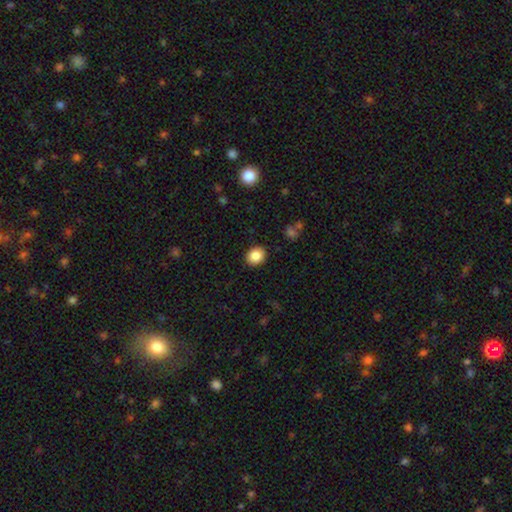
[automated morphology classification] Smooth or featured?
  - smooth: 86% *
  - star or artifact: 9%
  - featured or disk: 6%
How rounded?
  - round: 59% *
  - in between: 40%
  - cigar-shaped: 1%
Merging?
  - none: 90% *
  - minor disturbance: 7%
  - major disturbance: 2%
  - merger: 1%